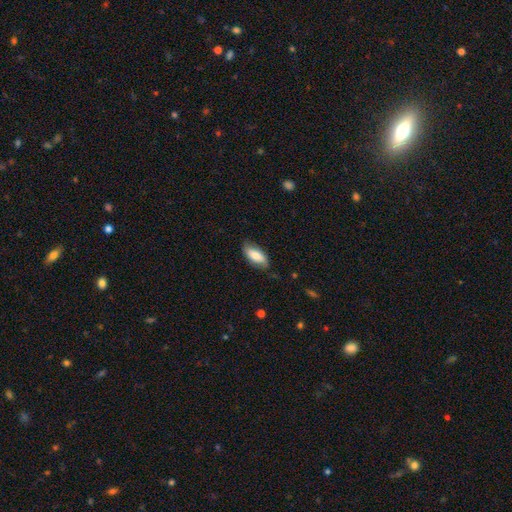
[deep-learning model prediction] Smooth or featured? Predicted: smooth (p=0.73). How rounded? Predicted: in between (p=0.87). Merging? Predicted: none (p=0.72).